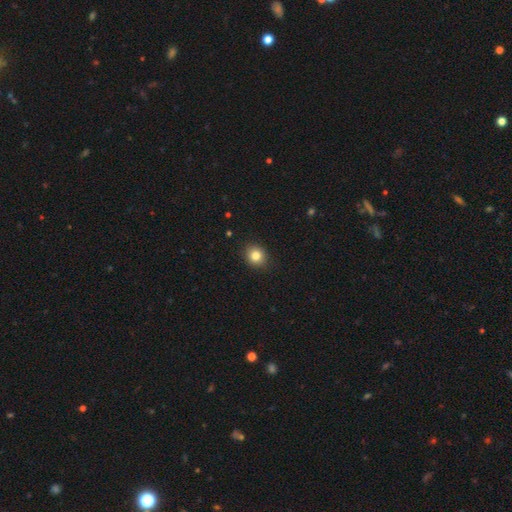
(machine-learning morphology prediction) Overall: smooth (82%). How rounded: round (73%). Merging: none (89%).